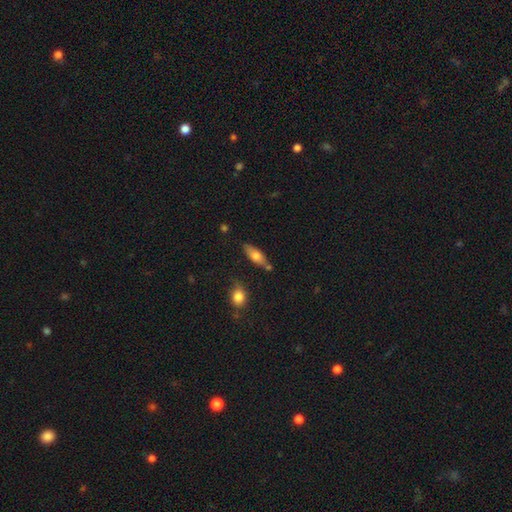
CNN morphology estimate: smooth-or-featured: smooth: 69% | featured or disk: 24% | star or artifact: 7%
  how-rounded: in between: 68% | cigar-shaped: 29% | round: 3%
  merging: none: 69% | minor disturbance: 17% | merger: 10% | major disturbance: 4%